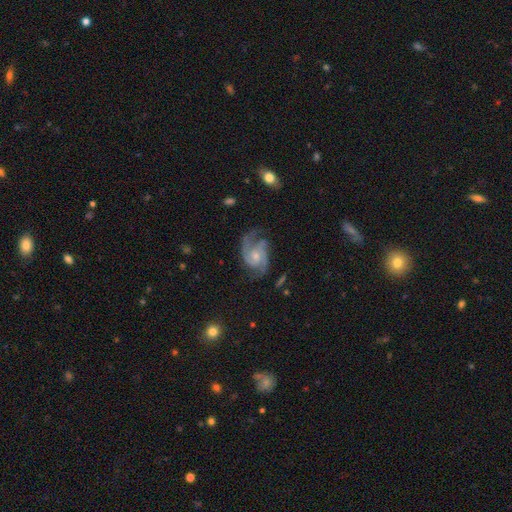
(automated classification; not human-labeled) featured or disk 90%, smooth 5%, star or artifact 5%. Down the decision tree: edge-on disk — no (98%); bar — no (66%); spiral arms — yes (98%); spiral arm count — 2 (60%); spiral winding — medium (55%); bulge size — small (53%); merging — none (65%).